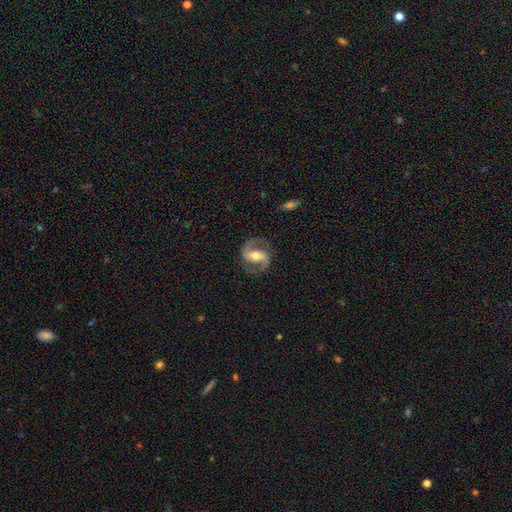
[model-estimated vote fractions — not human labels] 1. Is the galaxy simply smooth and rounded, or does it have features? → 87% featured or disk, 8% smooth, 5% star or artifact.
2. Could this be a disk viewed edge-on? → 97% no, 3% yes.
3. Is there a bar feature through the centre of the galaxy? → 46% strong, 35% weak, 19% no.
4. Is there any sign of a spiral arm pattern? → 96% yes, 4% no.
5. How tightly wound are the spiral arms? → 59% medium, 21% tight, 20% loose.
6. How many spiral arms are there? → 93% 2, 2% can't tell, 2% 1, 1% 3, 1% 4, 1% more than 4.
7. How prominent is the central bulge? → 68% moderate, 22% small, 7% large, 1% none, 1% dominant.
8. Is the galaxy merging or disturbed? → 83% none, 10% minor disturbance, 5% major disturbance, 1% merger.